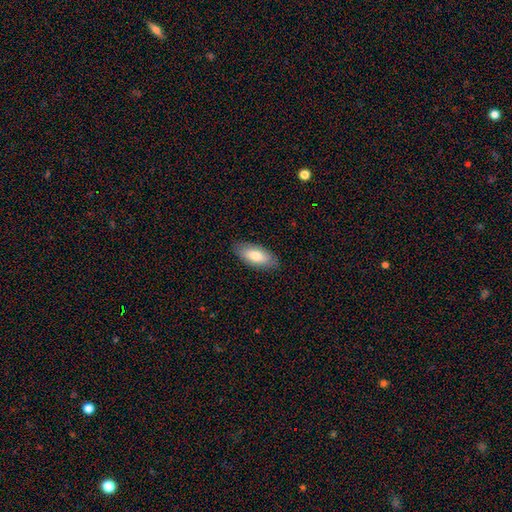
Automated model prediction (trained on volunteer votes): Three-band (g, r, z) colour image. It shows a smooth galaxy with no disk features (78%) that is in between round and cigar-shaped (85%). Merging: none (86%).